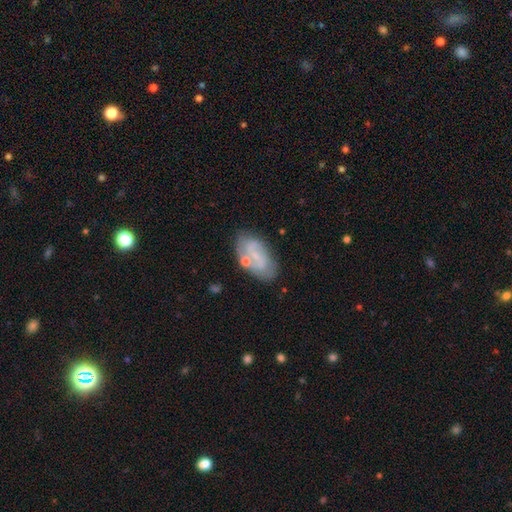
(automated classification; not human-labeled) The model was most divided on "bar": weak: 43%, no: 42%, strong: 15%. More confident: edge-on disk — no (95%); spiral arms — yes (72%); merging — none (66%); smooth or featured — featured or disk (61%); bulge size — small (61%).